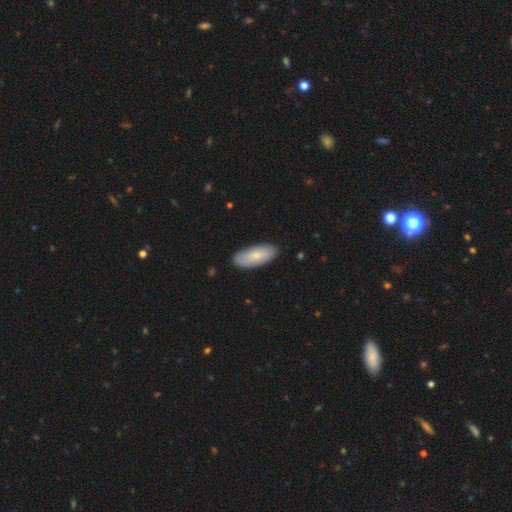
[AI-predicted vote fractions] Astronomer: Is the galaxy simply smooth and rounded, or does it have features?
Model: smooth — 77%.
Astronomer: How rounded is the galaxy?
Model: in between — 83%.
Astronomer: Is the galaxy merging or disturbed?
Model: none — 86%.